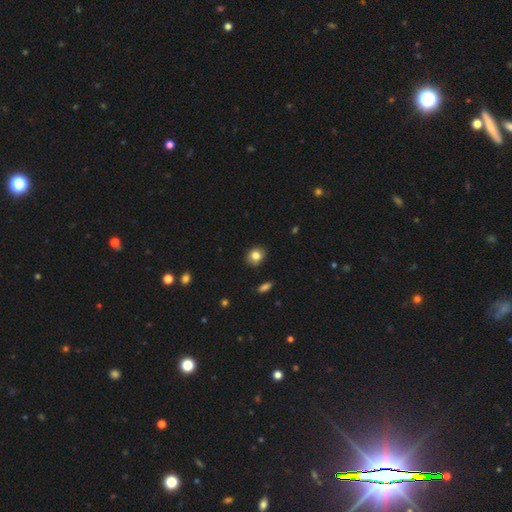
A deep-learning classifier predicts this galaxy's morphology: This is clearly a smooth galaxy (82%). How rounded: likely round (67%). Merging: clearly none (86%).